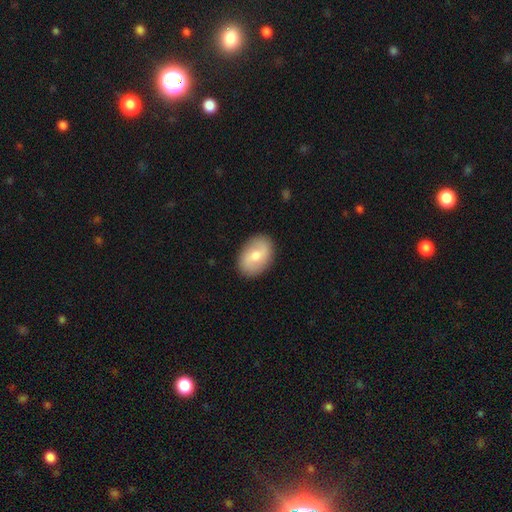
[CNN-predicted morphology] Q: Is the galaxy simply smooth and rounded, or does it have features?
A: smooth — 56%.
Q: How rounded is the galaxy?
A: in between — 81%.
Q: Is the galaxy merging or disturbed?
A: none — 88%.